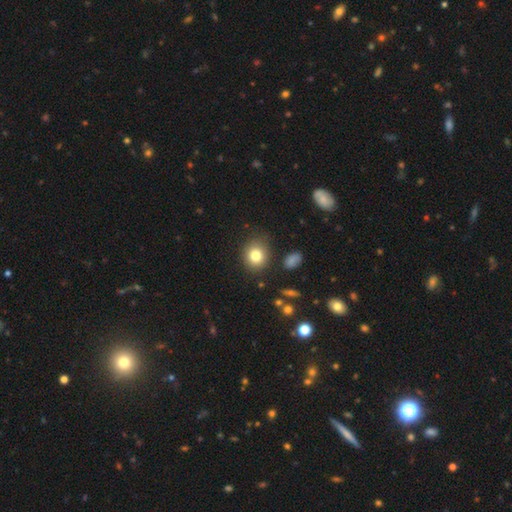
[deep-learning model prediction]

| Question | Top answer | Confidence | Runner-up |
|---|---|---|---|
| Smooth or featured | smooth | 81% | star or artifact (10%) |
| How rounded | round | 74% | in between (25%) |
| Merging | none | 83% | minor disturbance (11%) |